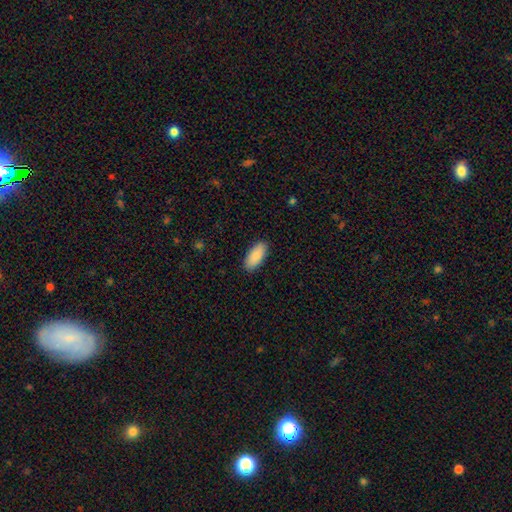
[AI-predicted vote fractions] Smooth or featured: smooth — 90% (star or artifact — 6%)
How rounded: in between — 87% (cigar-shaped — 11%)
Merging: none — 89% (minor disturbance — 8%)